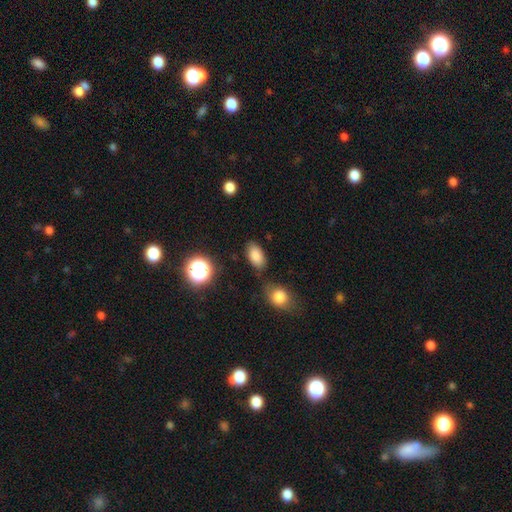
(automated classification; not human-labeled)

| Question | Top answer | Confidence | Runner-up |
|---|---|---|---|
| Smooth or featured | smooth | 83% | star or artifact (11%) |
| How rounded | in between | 90% | round (8%) |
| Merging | none | 72% | minor disturbance (15%) |